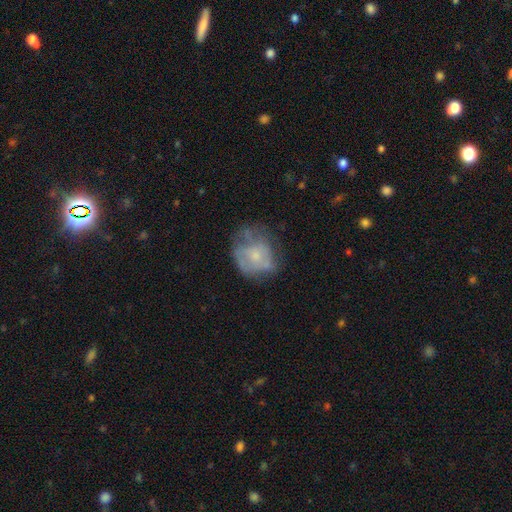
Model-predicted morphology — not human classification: Overall: featured or disk (52%; smooth 39%). Edge-on disk: no (97%). Bar: no (85%). Spiral arms: no (67%; yes 33%). Bulge size: small (51%; moderate 34%). Merging: none (46%; minor disturbance 28%).